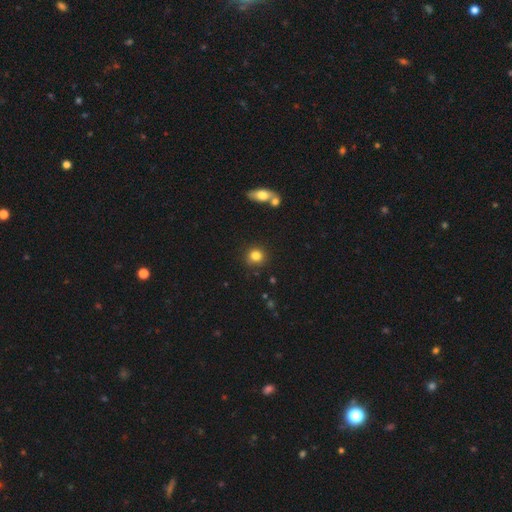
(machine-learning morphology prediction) Smooth or featured? Predicted: smooth (p=0.83). How rounded? Predicted: round (p=0.88). Merging? Predicted: none (p=0.85).